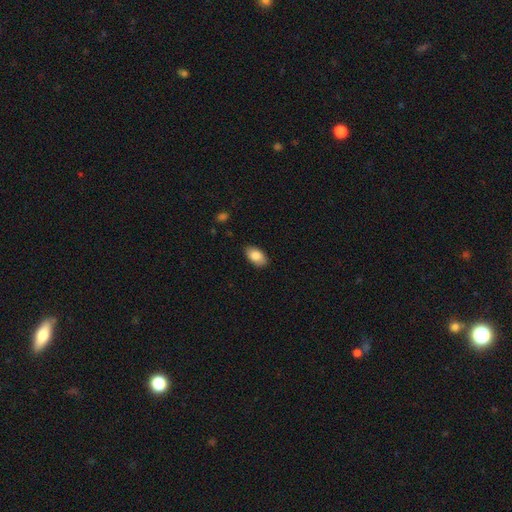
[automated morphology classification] smooth-or-featured: smooth: 87% | star or artifact: 7% | featured or disk: 7%
  how-rounded: in between: 93% | round: 5% | cigar-shaped: 2%
  merging: none: 86% | minor disturbance: 11% | major disturbance: 2% | merger: 1%